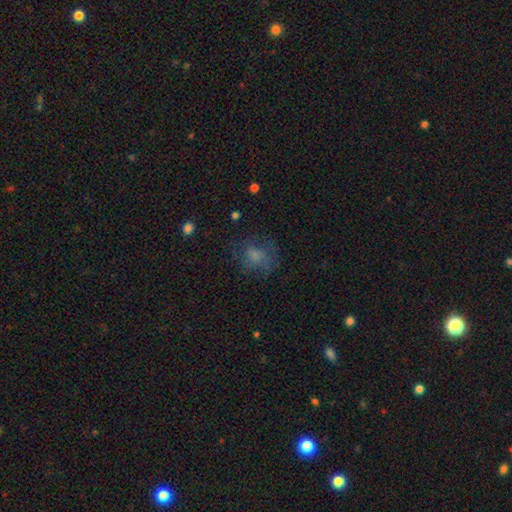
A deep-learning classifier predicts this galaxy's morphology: Overall: smooth (61%; featured or disk 23%). How rounded: round (60%; in between 38%). Merging: none (57%; major disturbance 21%).